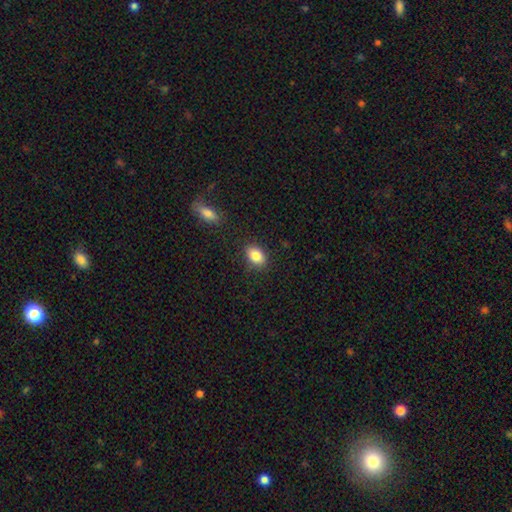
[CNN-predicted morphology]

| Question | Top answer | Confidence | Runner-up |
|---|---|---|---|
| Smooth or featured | smooth | 85% | star or artifact (8%) |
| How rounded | in between | 83% | round (15%) |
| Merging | none | 85% | minor disturbance (10%) |